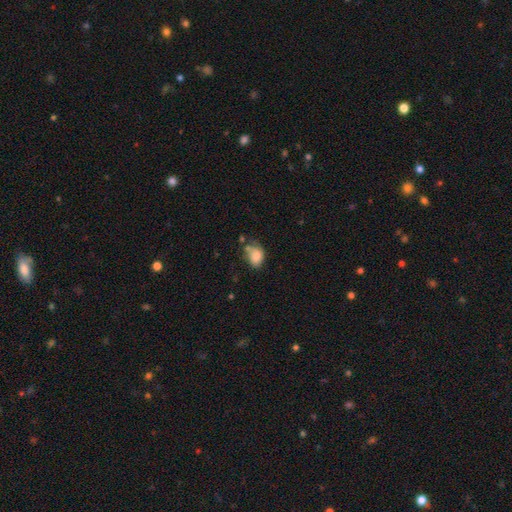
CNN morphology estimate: Q: Smooth or featured?
A: smooth (78%); runner-up: featured or disk (13%)
Q: How rounded?
A: in between (77%); runner-up: round (22%)
Q: Merging?
A: none (38%); runner-up: minor disturbance (31%)